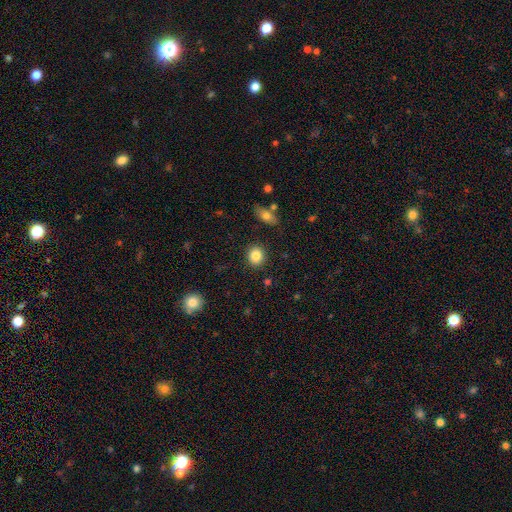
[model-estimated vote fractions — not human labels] Q: Smooth or featured?
A: smooth (85%); runner-up: star or artifact (9%)
Q: How rounded?
A: round (77%); runner-up: in between (22%)
Q: Merging?
A: none (89%); runner-up: minor disturbance (7%)